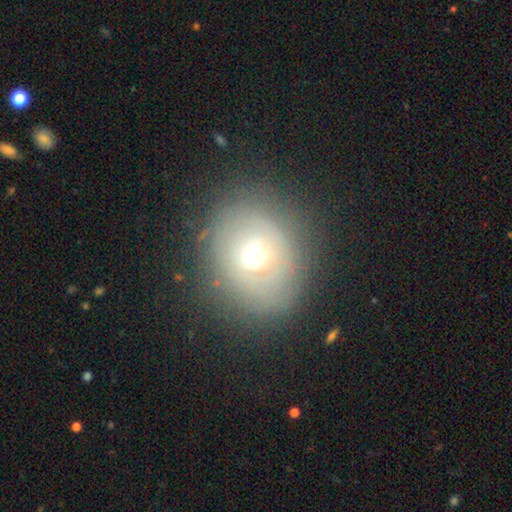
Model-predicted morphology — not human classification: smooth 48%, featured or disk 39%, star or artifact 13%. Down the decision tree: merging — none (81%).